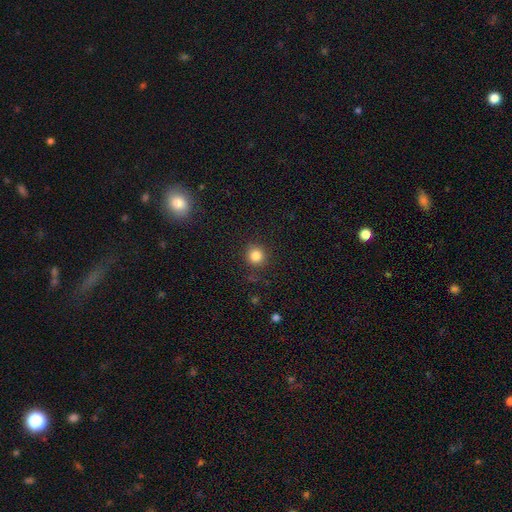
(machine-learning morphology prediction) A smooth galaxy with no disk features (84%) that is round (92%).

Vote fractions:
- Smooth or featured? smooth: 84% / star or artifact: 11% / featured or disk: 5%
- How rounded? round: 92% / in between: 7% / cigar-shaped: 1%
- Merging? none: 89% / minor disturbance: 7% / major disturbance: 3% / merger: 1%